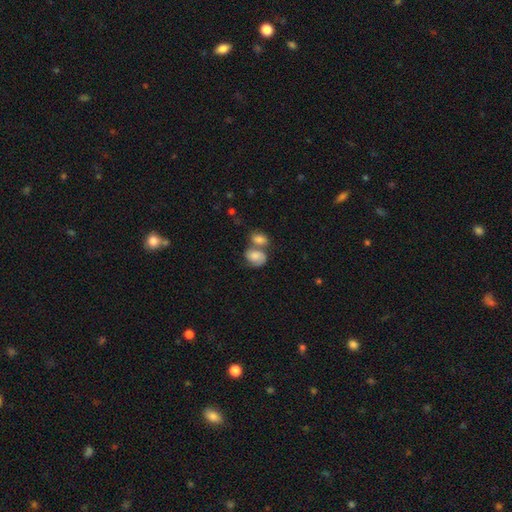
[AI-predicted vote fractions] Smooth or featured? Predicted: smooth (p=0.60). How rounded? Predicted: in between (p=0.65). Merging? Predicted: merger (p=0.58).